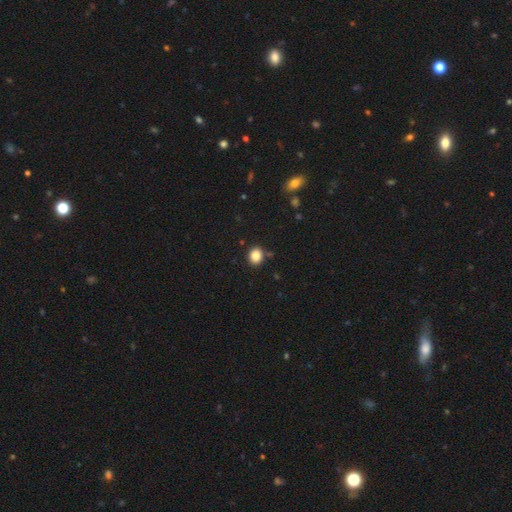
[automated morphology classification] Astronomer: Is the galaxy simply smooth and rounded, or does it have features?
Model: smooth — 85%.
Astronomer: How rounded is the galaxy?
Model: round — 63%.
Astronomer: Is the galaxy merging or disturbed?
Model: none — 87%.